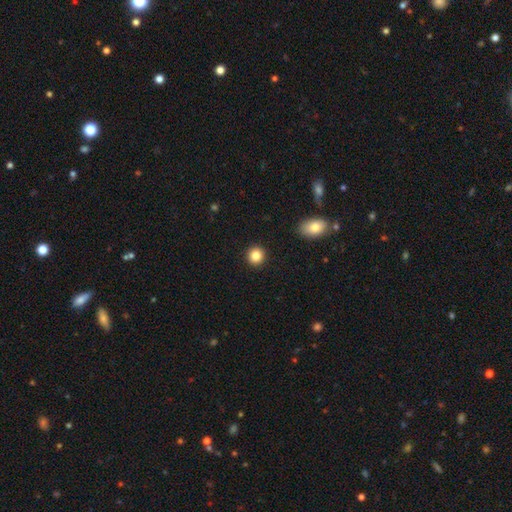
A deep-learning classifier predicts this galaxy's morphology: A smooth galaxy with no disk features (85%) that is round (91%). Merging: none (92%).